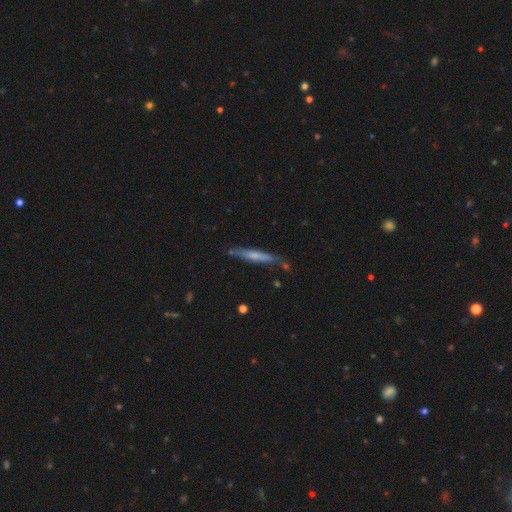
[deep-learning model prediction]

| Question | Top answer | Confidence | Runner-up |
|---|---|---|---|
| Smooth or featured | smooth | 53% | featured or disk (41%) |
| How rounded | cigar-shaped | 94% | in between (5%) |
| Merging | none | 77% | minor disturbance (15%) |